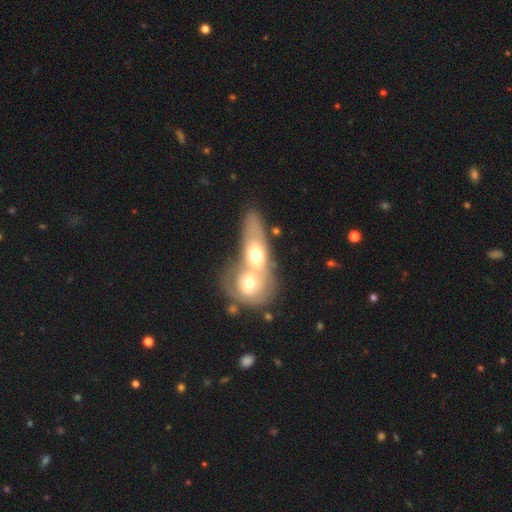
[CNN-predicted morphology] The model was most divided on "smooth or featured": smooth: 49%, featured or disk: 44%, star or artifact: 6%. More confident: merging — merger (74%).